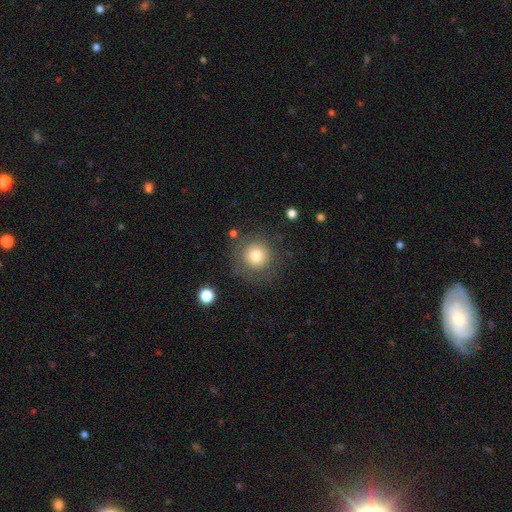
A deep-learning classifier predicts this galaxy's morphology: type=smooth (74%); roundness=round (94%); merging=none (78%).